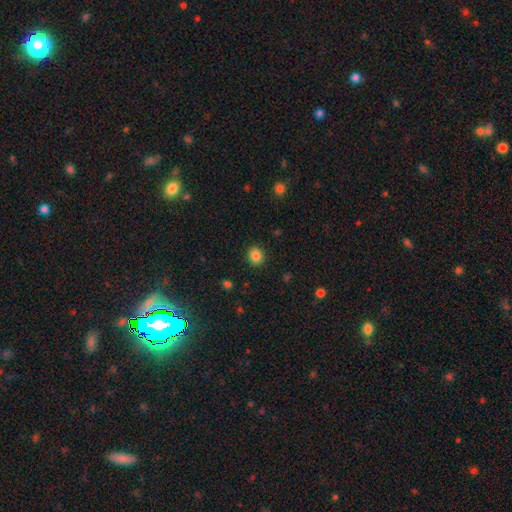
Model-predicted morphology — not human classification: Q: Smooth or featured?
A: smooth (85%); runner-up: star or artifact (11%)
Q: How rounded?
A: round (80%); runner-up: in between (19%)
Q: Merging?
A: none (89%); runner-up: minor disturbance (7%)